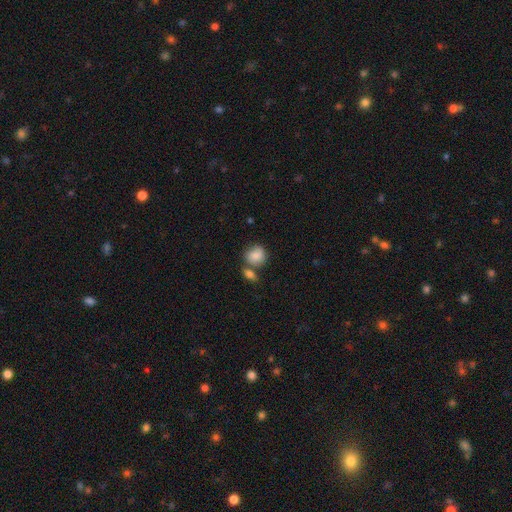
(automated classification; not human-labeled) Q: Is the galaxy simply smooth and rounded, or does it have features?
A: smooth — 84%.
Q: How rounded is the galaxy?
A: round — 70%.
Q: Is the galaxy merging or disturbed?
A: none — 49%.